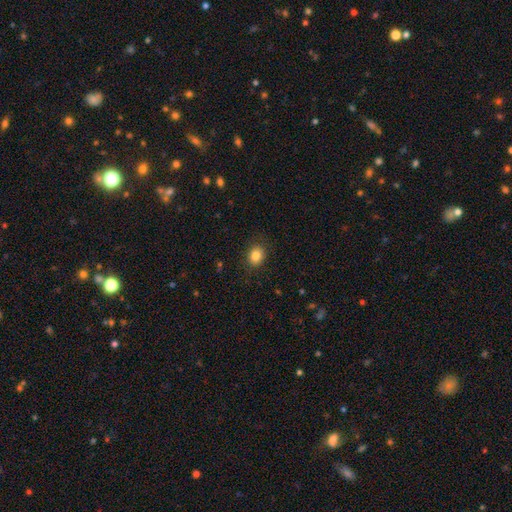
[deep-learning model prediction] Q: Smooth or featured?
A: smooth (84%); runner-up: star or artifact (10%)
Q: How rounded?
A: round (53%); runner-up: in between (46%)
Q: Merging?
A: none (86%); runner-up: minor disturbance (10%)